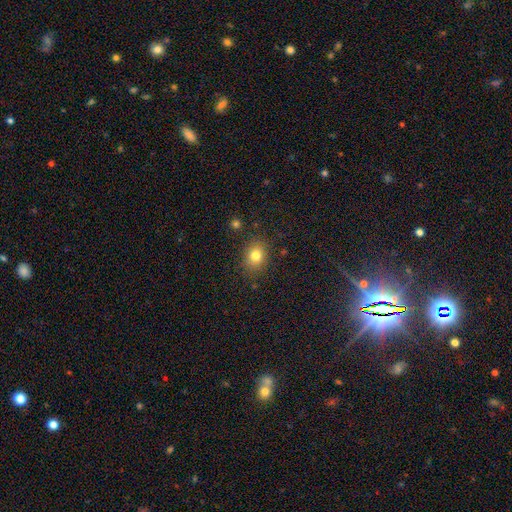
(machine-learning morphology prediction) Overall: smooth (80%). How rounded: round (50%; in between 49%). Merging: none (86%).